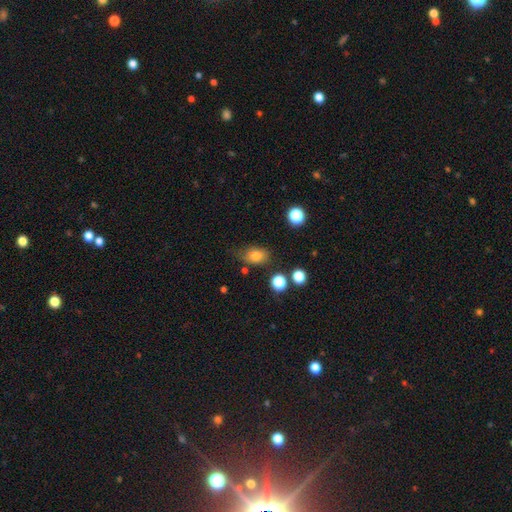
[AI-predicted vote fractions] Q: Smooth or featured?
A: smooth (79%); runner-up: star or artifact (11%)
Q: How rounded?
A: in between (76%); runner-up: round (23%)
Q: Merging?
A: none (65%); runner-up: minor disturbance (24%)